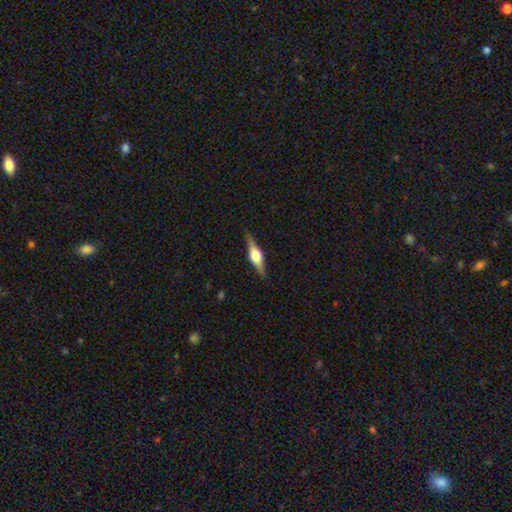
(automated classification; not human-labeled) Q: Smooth or featured?
A: featured or disk (73%); runner-up: smooth (21%)
Q: Edge-on disk?
A: yes (97%); runner-up: no (3%)
Q: Edge-on bulge?
A: rounded (90%); runner-up: boxy (8%)
Q: Merging?
A: none (88%); runner-up: minor disturbance (9%)